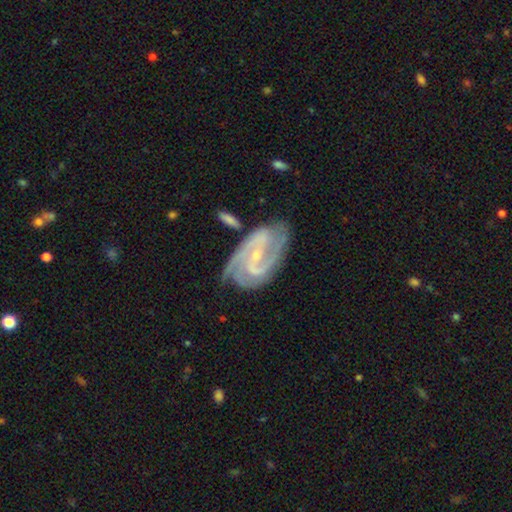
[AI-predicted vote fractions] This appears to be a featured or disk galaxy (90%) with a weak bar (42%), 2 (61%) medium (47%) spiral arms (98%) and a small central bulge (74%). Merging: none (66%).